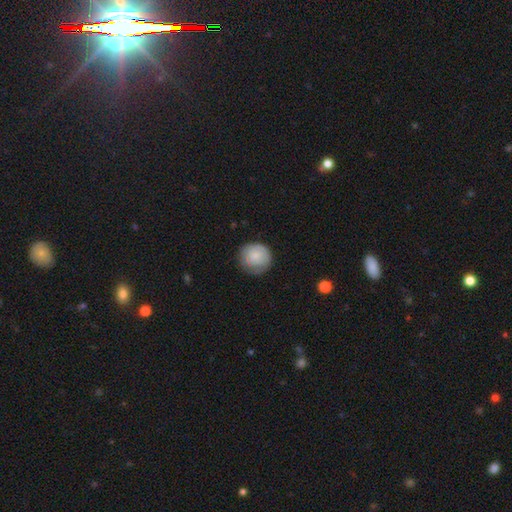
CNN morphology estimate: This is likely a smooth galaxy (77%). How rounded: clearly round (89%). Merging: likely none (70%).